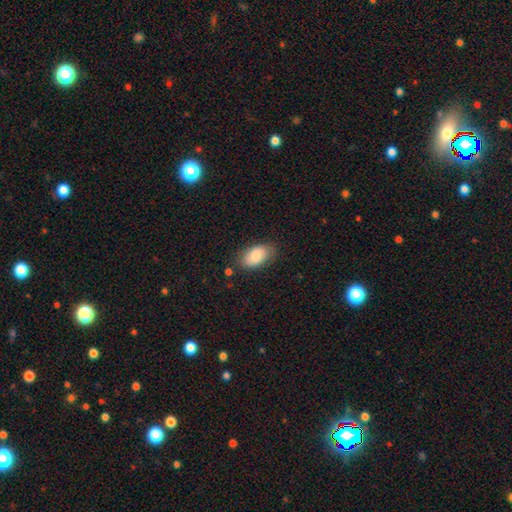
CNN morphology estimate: A smooth galaxy with no disk features (82%) that is in between round and cigar-shaped (94%). Merging: none (76%).